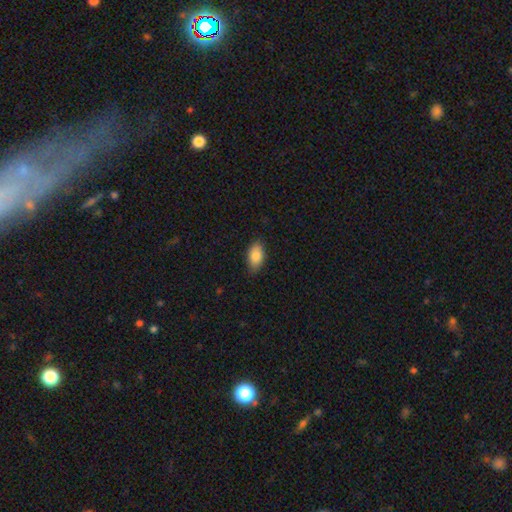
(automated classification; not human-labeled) This is clearly a smooth galaxy (84%). How rounded: clearly in between (91%). Merging: clearly none (82%).